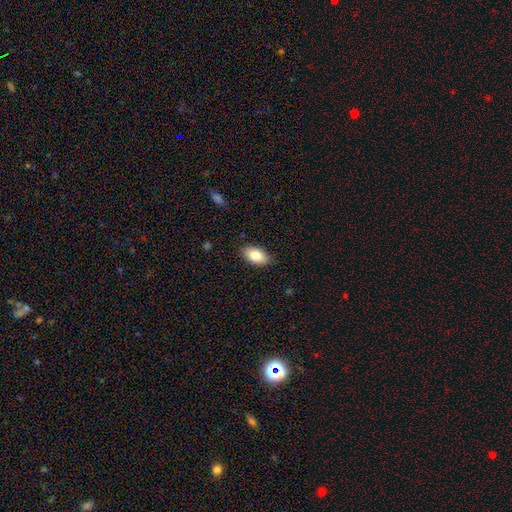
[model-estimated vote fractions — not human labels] Smooth or featured: smooth — 82% (featured or disk — 11%)
How rounded: in between — 93% (round — 4%)
Merging: none — 86% (minor disturbance — 11%)